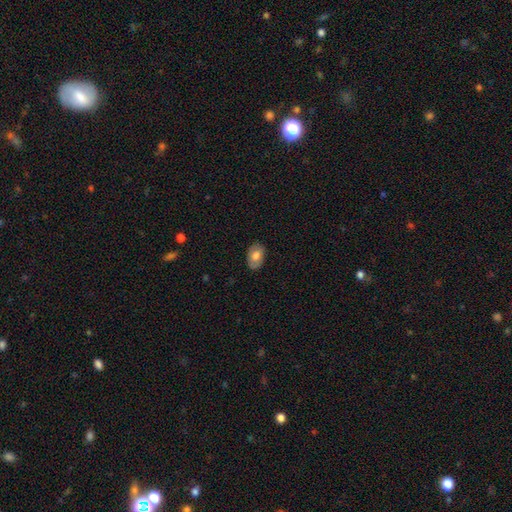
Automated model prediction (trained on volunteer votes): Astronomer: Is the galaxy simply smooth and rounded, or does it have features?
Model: smooth — 70%.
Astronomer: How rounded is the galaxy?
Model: in between — 88%.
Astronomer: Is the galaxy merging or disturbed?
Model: none — 83%.